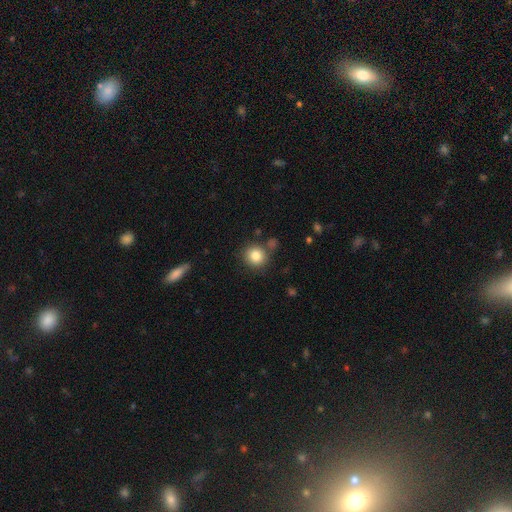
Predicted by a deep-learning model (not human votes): This appears to be a smooth galaxy with no disk features (84%) that is round (88%). Merging: none (80%).